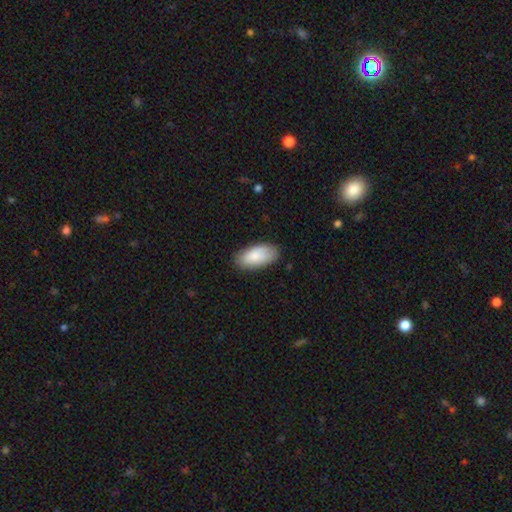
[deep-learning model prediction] Smooth or featured? smooth (85%)
How rounded? in between (94%)
Merging? none (83%)